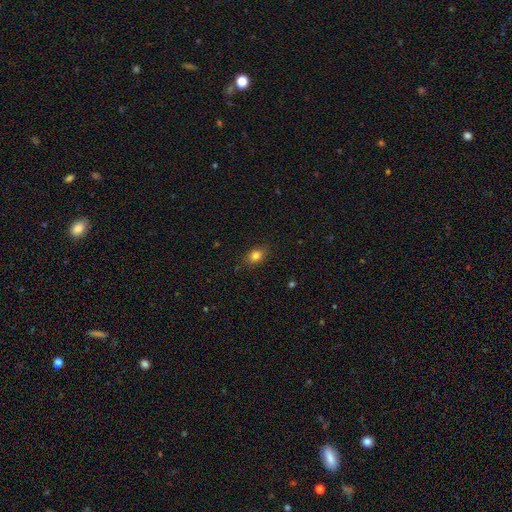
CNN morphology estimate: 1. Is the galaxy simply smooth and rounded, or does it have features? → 82% smooth, 11% star or artifact, 7% featured or disk.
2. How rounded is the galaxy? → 68% in between, 30% round, 2% cigar-shaped.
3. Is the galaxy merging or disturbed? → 84% none, 12% minor disturbance, 3% major disturbance, 1% merger.